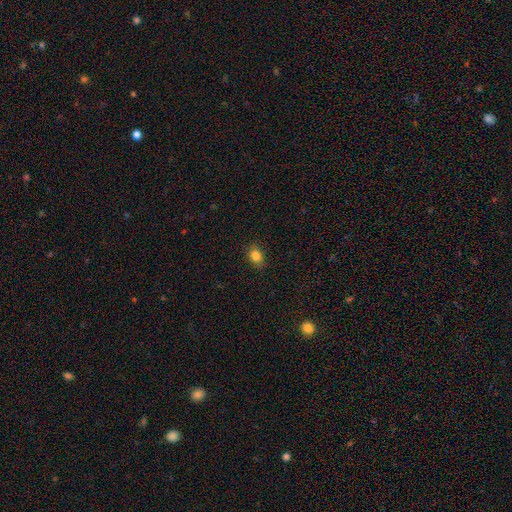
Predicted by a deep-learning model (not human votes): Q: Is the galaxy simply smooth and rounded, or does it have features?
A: smooth — 83%.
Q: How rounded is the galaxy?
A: in between — 67%.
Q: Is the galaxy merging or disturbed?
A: none — 86%.